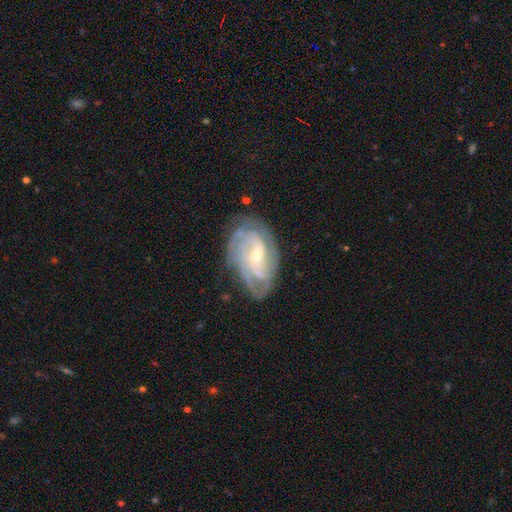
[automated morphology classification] Smooth or featured? Predicted: featured or disk (p=0.85). Edge-on disk? Predicted: no (p=0.96). Bar? Predicted: no (p=0.46). Spiral arms? Predicted: yes (p=0.94). Spiral winding? Predicted: tight (p=0.54). Spiral arm count? Predicted: can't tell (p=0.29). Bulge size? Predicted: small (p=0.61). Merging? Predicted: none (p=0.68).